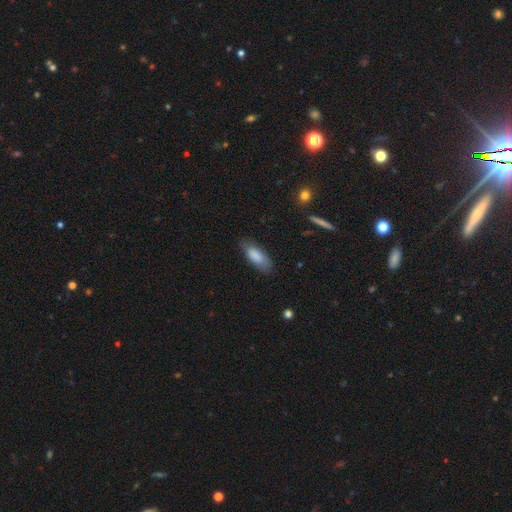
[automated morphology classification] Smooth or featured? smooth (84%)
How rounded? in between (78%)
Merging? none (75%)